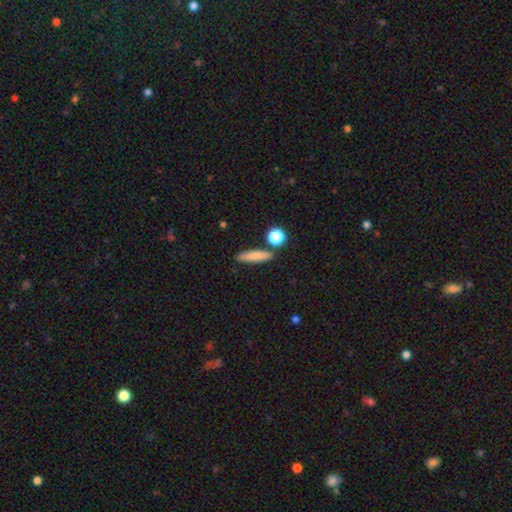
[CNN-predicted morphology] Q: Smooth or featured?
A: smooth (78%); runner-up: featured or disk (14%)
Q: How rounded?
A: cigar-shaped (75%); runner-up: in between (20%)
Q: Merging?
A: none (82%); runner-up: minor disturbance (9%)